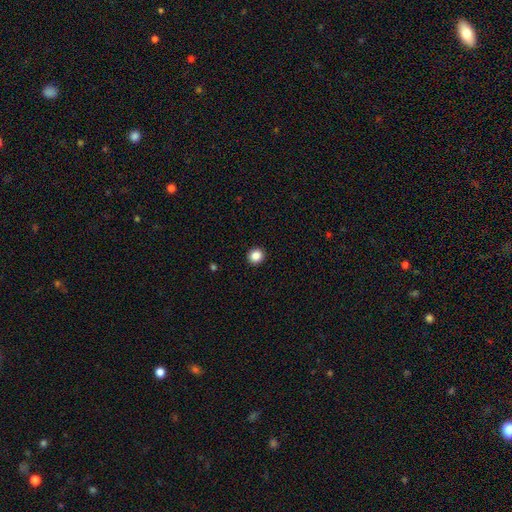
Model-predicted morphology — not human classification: The model was most divided on "smooth or featured": smooth: 87%, star or artifact: 10%, featured or disk: 3%. More confident: merging — none (93%); how rounded — round (89%).